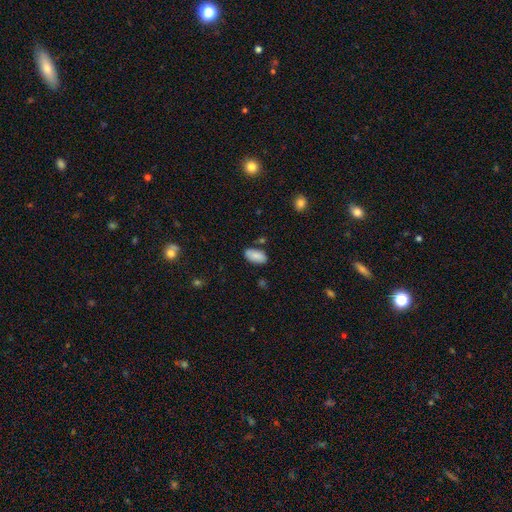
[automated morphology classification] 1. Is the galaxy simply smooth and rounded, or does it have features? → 85% smooth, 8% featured or disk, 7% star or artifact.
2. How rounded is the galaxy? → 94% in between, 3% round, 3% cigar-shaped.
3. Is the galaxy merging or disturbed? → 77% none, 16% minor disturbance, 5% merger, 3% major disturbance.